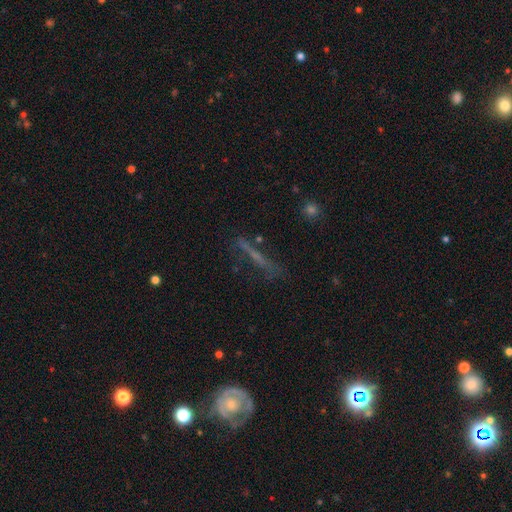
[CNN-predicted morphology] This is possibly a featured or disk galaxy (49%). Merging: likely none (67%).